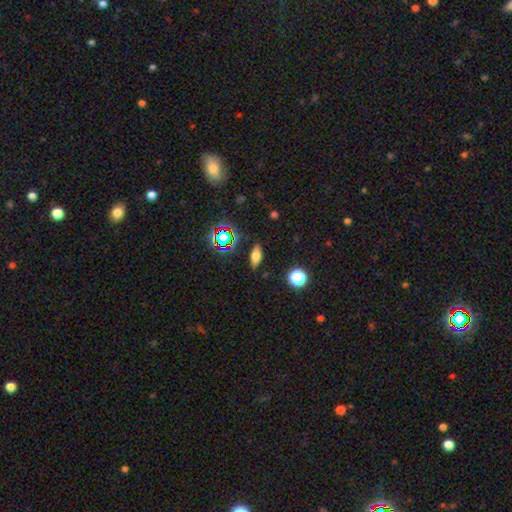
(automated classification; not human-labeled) The model was most divided on "how rounded": in between: 65%, cigar-shaped: 27%, round: 8%. More confident: merging — none (85%); smooth or featured — smooth (62%).